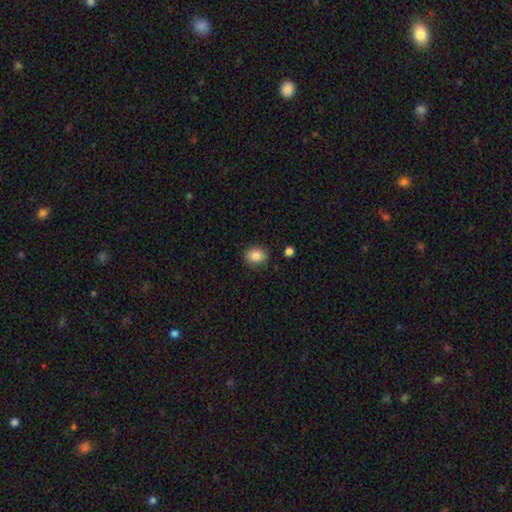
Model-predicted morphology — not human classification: Smooth or featured?
  - smooth: 86% *
  - star or artifact: 9%
  - featured or disk: 5%
How rounded?
  - in between: 57% *
  - round: 42%
  - cigar-shaped: 1%
Merging?
  - none: 85% *
  - minor disturbance: 11%
  - major disturbance: 3%
  - merger: 2%